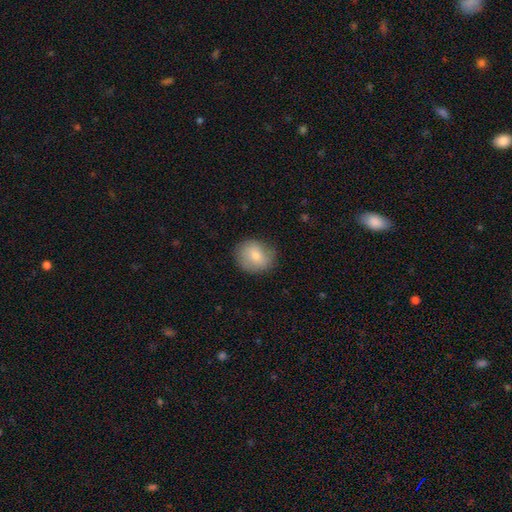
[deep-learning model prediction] Q: Smooth or featured?
A: smooth (70%); runner-up: featured or disk (21%)
Q: How rounded?
A: round (78%); runner-up: in between (21%)
Q: Merging?
A: none (78%); runner-up: minor disturbance (16%)